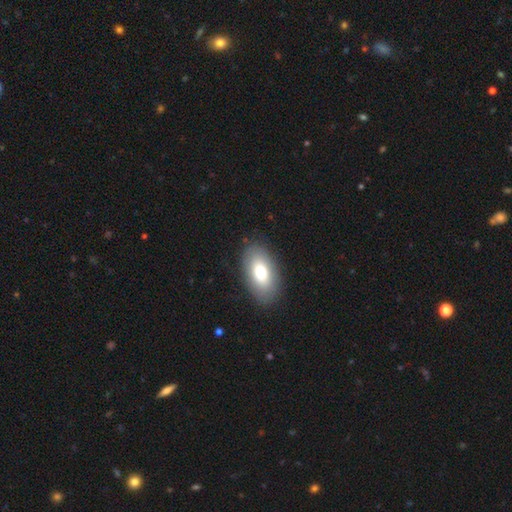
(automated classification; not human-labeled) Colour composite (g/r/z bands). It shows a smooth galaxy with no disk features (75%) that is in between round and cigar-shaped (93%). Merging: none (86%).